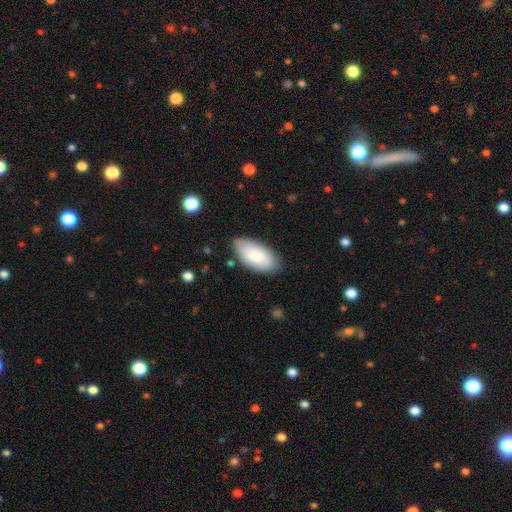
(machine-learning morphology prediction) Smooth or featured?
  - smooth: 79% *
  - featured or disk: 16%
  - star or artifact: 6%
How rounded?
  - in between: 94% *
  - cigar-shaped: 3%
  - round: 2%
Merging?
  - none: 80% *
  - minor disturbance: 16%
  - major disturbance: 3%
  - merger: 2%